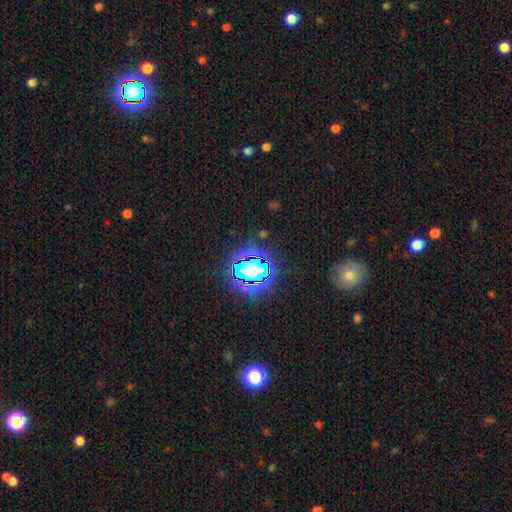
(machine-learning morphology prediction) star or artifact 75%, smooth 14%, featured or disk 11%.